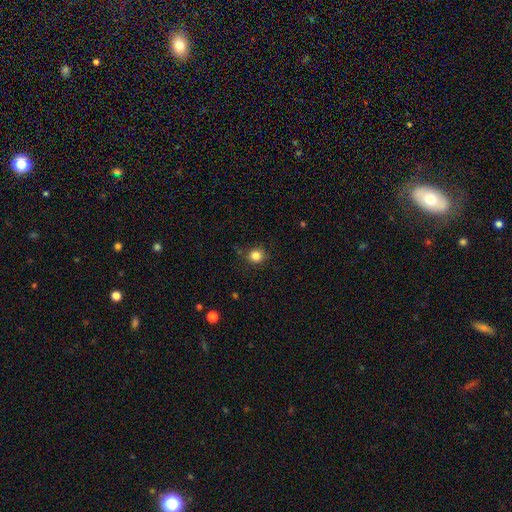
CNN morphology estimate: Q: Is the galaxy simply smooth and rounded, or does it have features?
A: smooth — 84%.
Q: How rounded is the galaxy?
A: round — 87%.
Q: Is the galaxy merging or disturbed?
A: none — 84%.